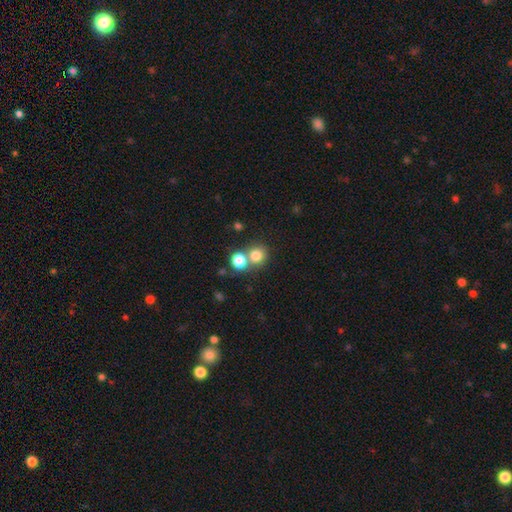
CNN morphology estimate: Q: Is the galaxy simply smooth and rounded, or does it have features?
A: smooth — 79%.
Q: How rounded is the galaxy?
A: round — 86%.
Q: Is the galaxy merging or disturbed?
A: none — 53%.